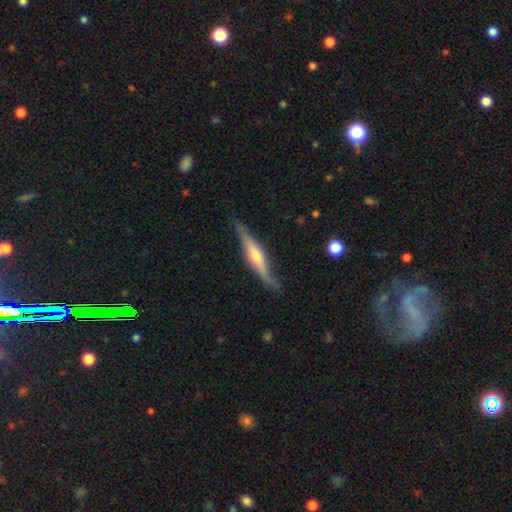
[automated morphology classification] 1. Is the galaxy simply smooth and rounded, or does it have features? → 71% featured or disk, 24% smooth, 5% star or artifact.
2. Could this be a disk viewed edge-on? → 94% yes, 6% no.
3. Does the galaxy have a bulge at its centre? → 73% rounded, 16% boxy, 11% none.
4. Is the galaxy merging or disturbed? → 80% none, 16% minor disturbance, 3% major disturbance, 2% merger.